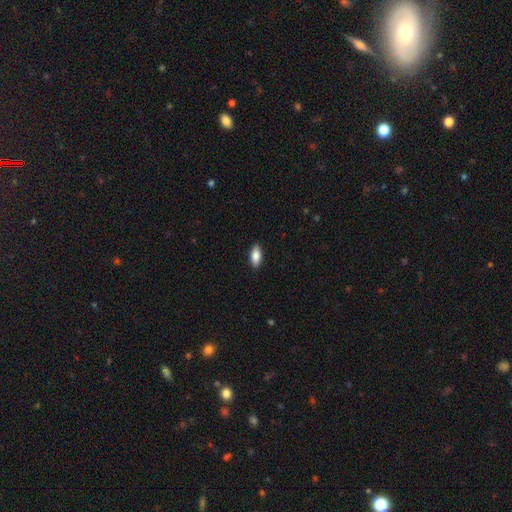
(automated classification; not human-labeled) Overall: smooth (85%). How rounded: in between (83%). Merging: none (89%).